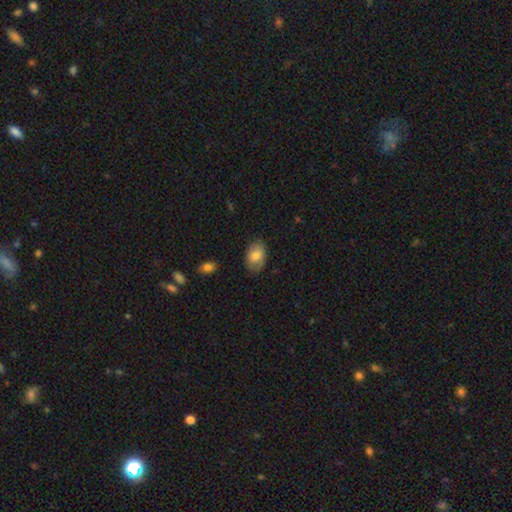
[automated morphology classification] smooth-or-featured: smooth: 78% | featured or disk: 15% | star or artifact: 7%
  how-rounded: in between: 85% | round: 14% | cigar-shaped: 1%
  merging: none: 79% | minor disturbance: 16% | major disturbance: 3% | merger: 1%